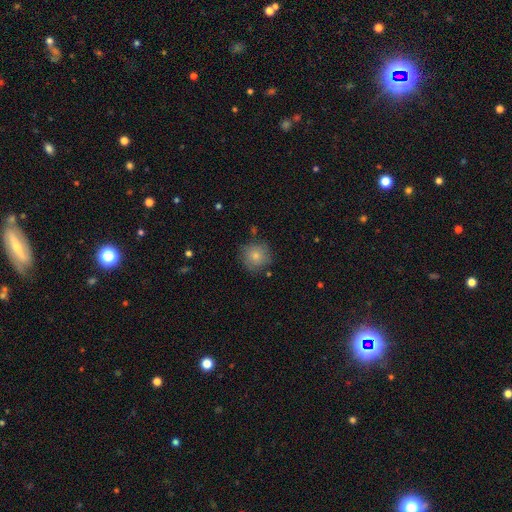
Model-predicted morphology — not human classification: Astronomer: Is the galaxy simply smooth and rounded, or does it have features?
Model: smooth — 77%.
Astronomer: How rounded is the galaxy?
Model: round — 93%.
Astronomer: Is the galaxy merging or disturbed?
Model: none — 77%.